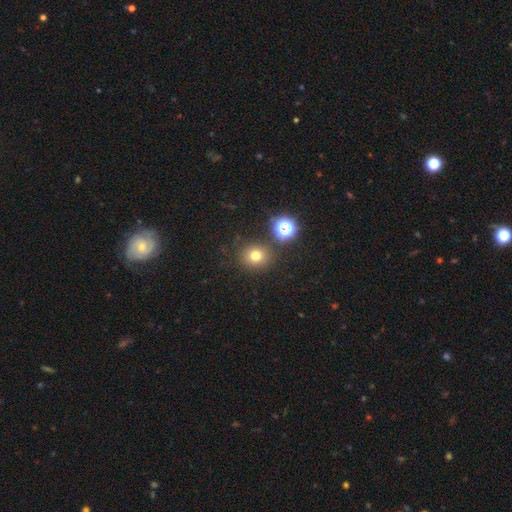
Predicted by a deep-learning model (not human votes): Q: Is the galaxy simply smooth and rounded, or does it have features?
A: smooth — 72%.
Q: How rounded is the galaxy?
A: round — 88%.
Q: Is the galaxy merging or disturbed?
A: none — 83%.